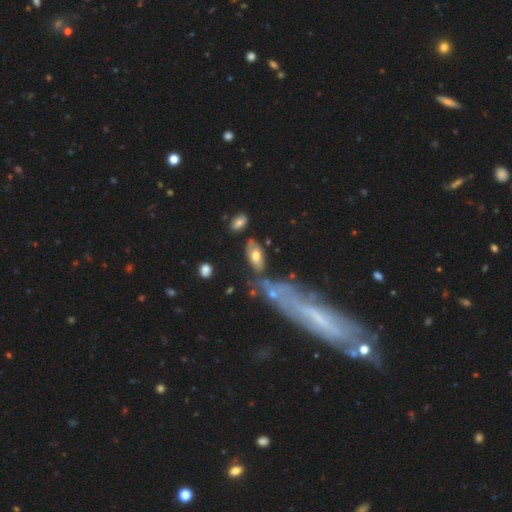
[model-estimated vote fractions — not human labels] This is likely a smooth galaxy (60%). How rounded: clearly in between (89%). Merging: possibly none (59%).